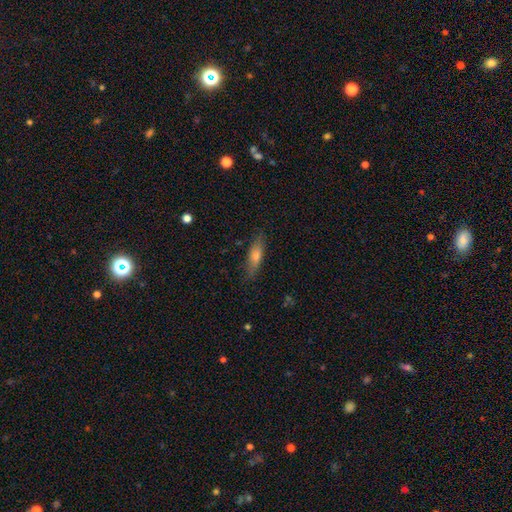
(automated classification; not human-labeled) This appears to be a smooth galaxy with no disk features (55%) that is cigar-shaped (70%). Merging: none (84%).